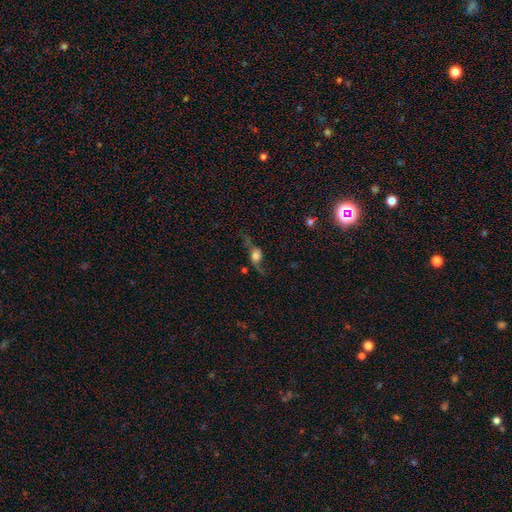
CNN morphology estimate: Smooth or featured? Predicted: featured or disk (p=0.53). Edge-on disk? Predicted: no (p=0.72). Merging? Predicted: none (p=0.49).